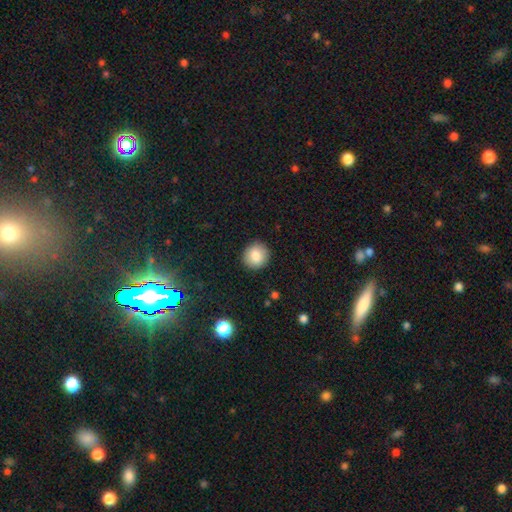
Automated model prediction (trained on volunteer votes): Smooth or featured?
  - smooth: 83% *
  - star or artifact: 9%
  - featured or disk: 8%
How rounded?
  - round: 91% *
  - in between: 8%
  - cigar-shaped: 1%
Merging?
  - none: 91% *
  - minor disturbance: 6%
  - major disturbance: 2%
  - merger: 1%